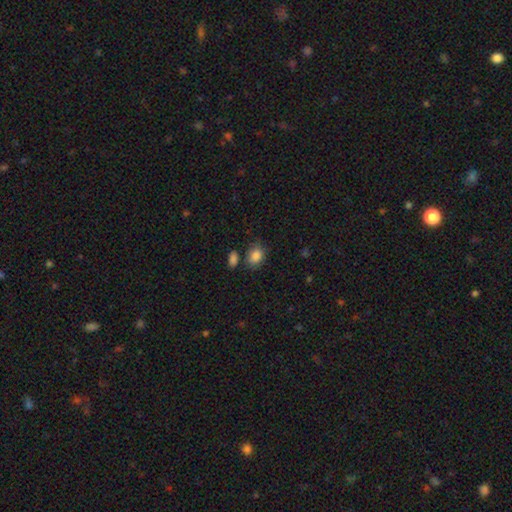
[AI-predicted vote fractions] smooth-or-featured: smooth: 86% | star or artifact: 9% | featured or disk: 5%
  how-rounded: in between: 64% | round: 35% | cigar-shaped: 1%
  merging: none: 69% | minor disturbance: 18% | merger: 8% | major disturbance: 5%